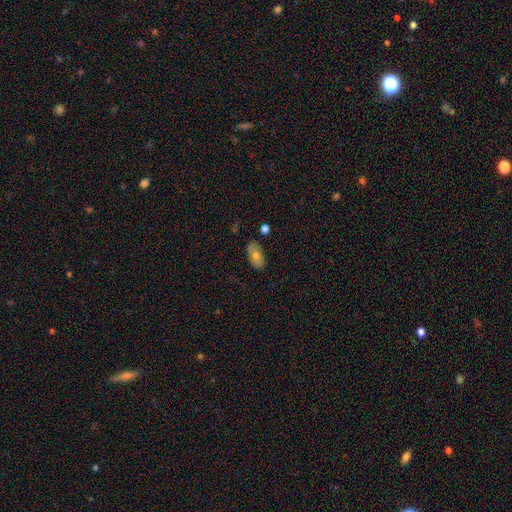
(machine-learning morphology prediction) A smooth galaxy with no disk features (61%) that is in between round and cigar-shaped (92%). Merging: none (78%).